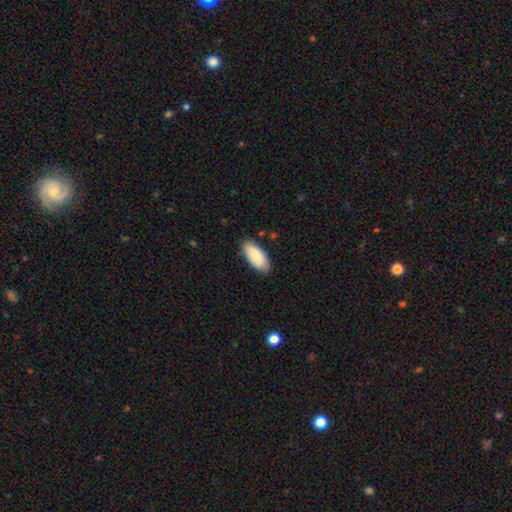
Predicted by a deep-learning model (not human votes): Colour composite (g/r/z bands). It shows a smooth galaxy with no disk features (82%) that is in between round and cigar-shaped (90%). Merging: none (82%).